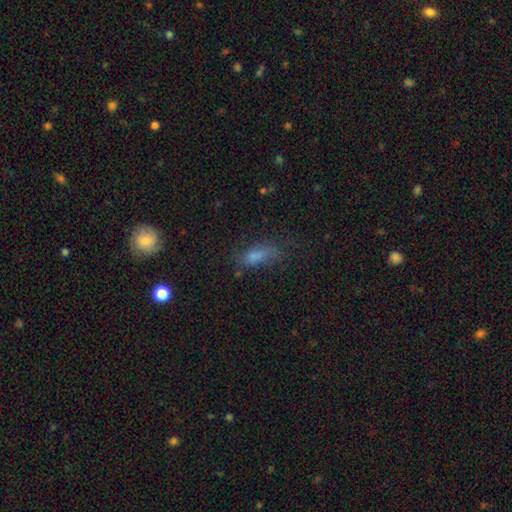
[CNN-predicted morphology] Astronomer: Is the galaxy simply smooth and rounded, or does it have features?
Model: smooth — 70%.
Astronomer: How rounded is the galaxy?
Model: in between — 68%.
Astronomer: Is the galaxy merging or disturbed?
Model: none — 54%.